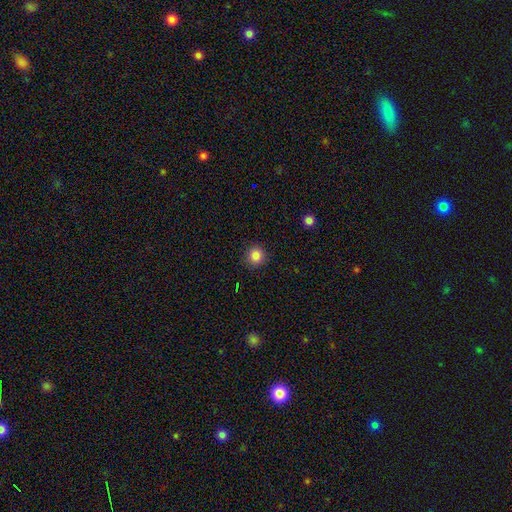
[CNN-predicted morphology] Smooth or featured? Predicted: smooth (p=0.85). How rounded? Predicted: round (p=0.93). Merging? Predicted: none (p=0.90).